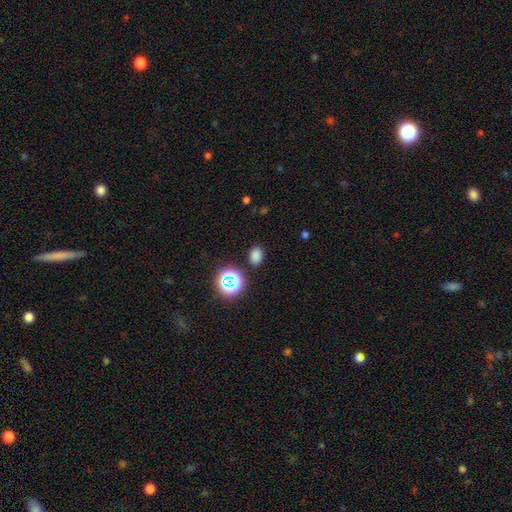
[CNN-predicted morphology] smooth-or-featured: smooth: 76% | star or artifact: 19% | featured or disk: 4%
  how-rounded: in between: 63% | round: 36% | cigar-shaped: 1%
  merging: none: 86% | minor disturbance: 9% | major disturbance: 3% | merger: 2%